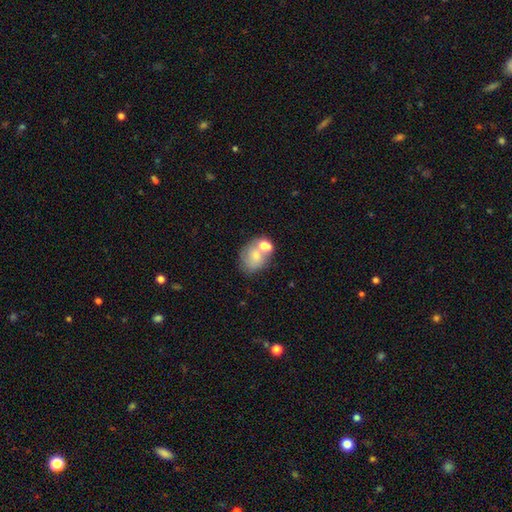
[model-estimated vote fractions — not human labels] A smooth galaxy with no disk features (67%) that is in between round and cigar-shaped (52%). Merging: merger (44%).